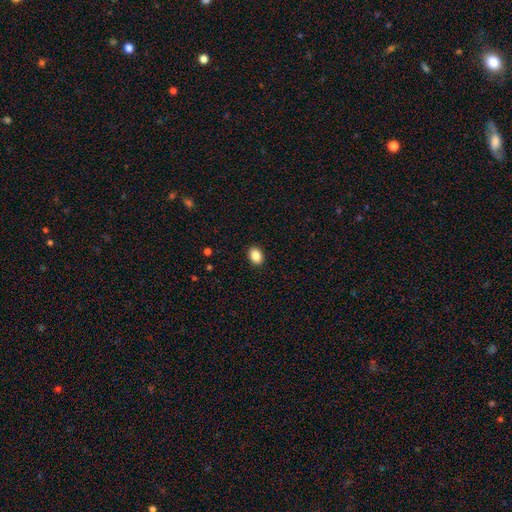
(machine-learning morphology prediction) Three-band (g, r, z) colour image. It shows a smooth galaxy with no disk features (87%) that is in between round and cigar-shaped (72%). Merging: none (91%).